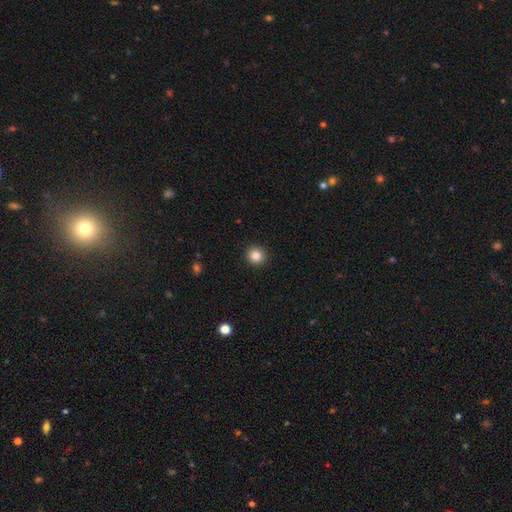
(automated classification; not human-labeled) This is clearly a smooth galaxy (85%). How rounded: clearly round (90%). Merging: clearly none (92%).